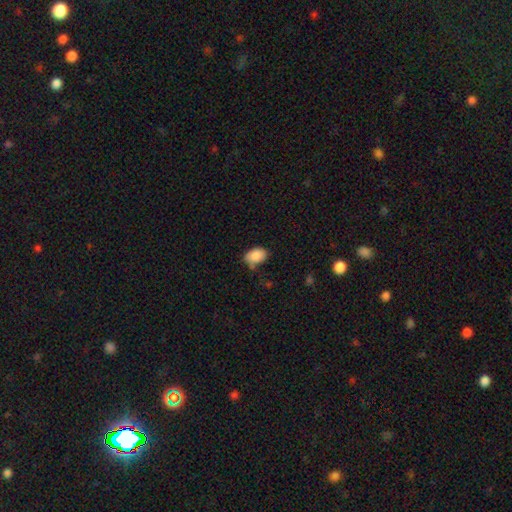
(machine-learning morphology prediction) type=smooth (88%); roundness=in between (87%); merging=none (63%).